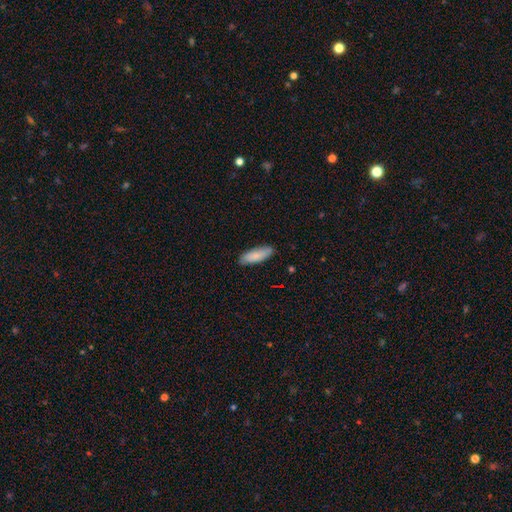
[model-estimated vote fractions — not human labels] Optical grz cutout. It shows a smooth galaxy with no disk features (85%) that is in between round and cigar-shaped (59%). Merging: none (84%).